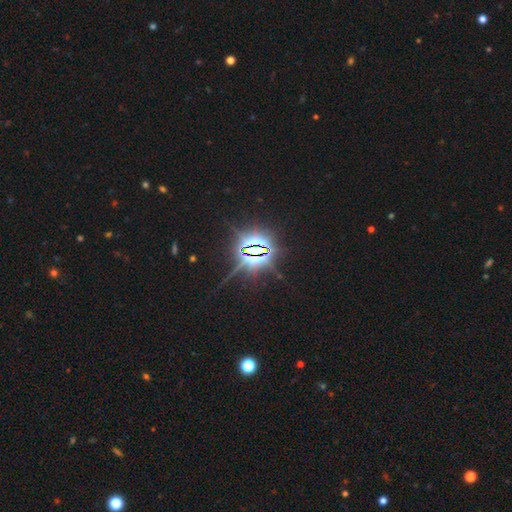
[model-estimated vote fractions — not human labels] A star or artifact, not a galaxy (83%).